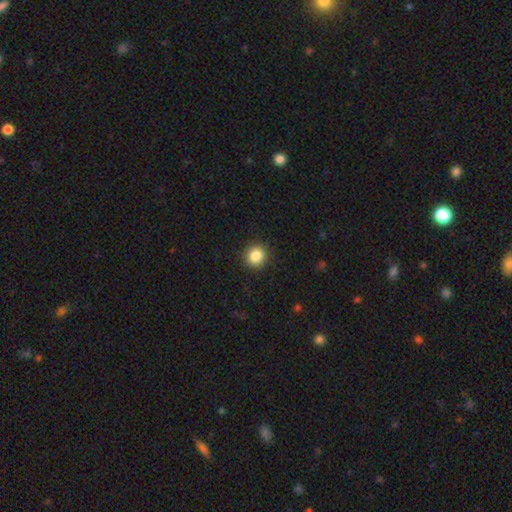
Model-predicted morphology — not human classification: This appears to be a smooth galaxy with no disk features (86%) that is round (91%). Merging: none (92%).